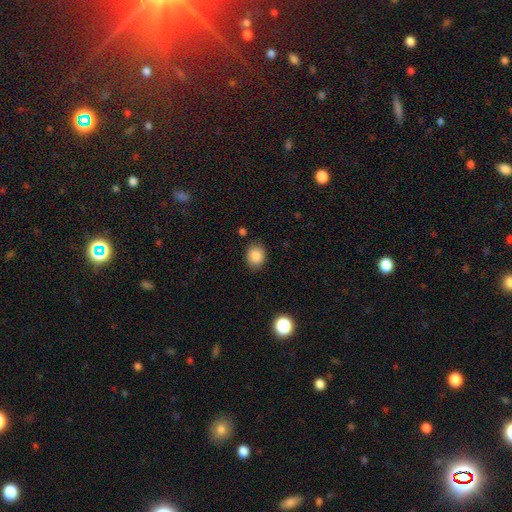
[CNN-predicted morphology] smooth-or-featured: smooth: 85% | star or artifact: 9% | featured or disk: 5%
  how-rounded: round: 55% | in between: 44% | cigar-shaped: 1%
  merging: none: 85% | minor disturbance: 10% | major disturbance: 3% | merger: 2%